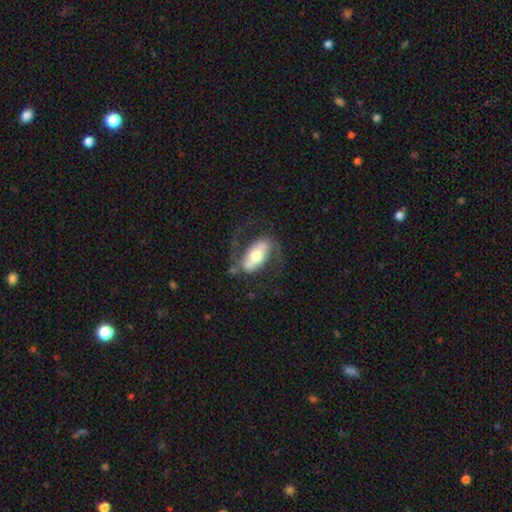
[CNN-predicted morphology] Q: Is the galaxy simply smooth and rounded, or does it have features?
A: featured or disk — 67%.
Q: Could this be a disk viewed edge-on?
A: no — 91%.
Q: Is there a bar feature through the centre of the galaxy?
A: strong — 44%.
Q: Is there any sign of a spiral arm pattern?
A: yes — 75%.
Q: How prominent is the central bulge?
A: moderate — 67%.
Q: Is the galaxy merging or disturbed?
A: none — 62%.